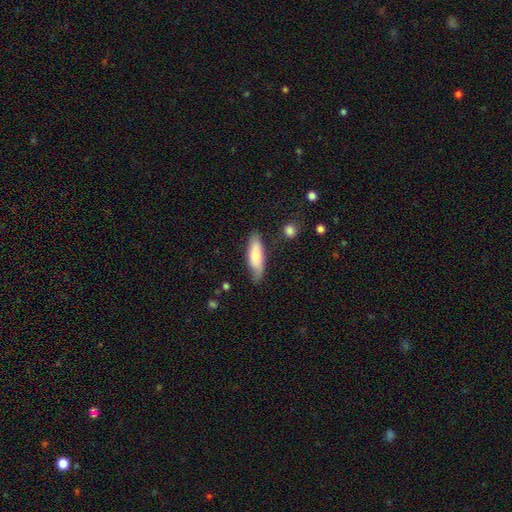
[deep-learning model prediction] Overall: smooth (74%). How rounded: cigar-shaped (52%; in between 47%). Merging: none (73%).